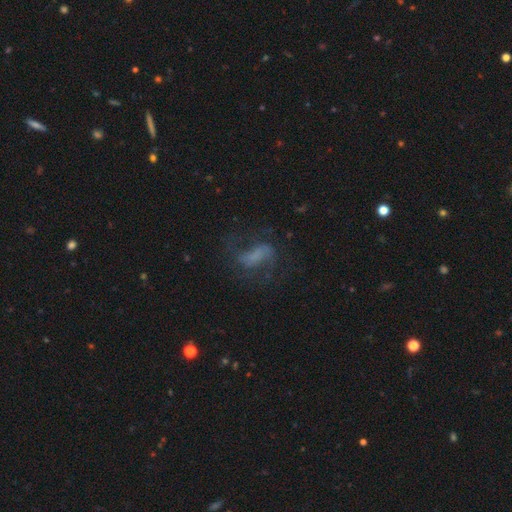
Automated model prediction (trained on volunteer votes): Overall: featured or disk (60%; smooth 25%). Edge-on disk: no (95%). Bar: weak (37%; strong 33%). Spiral arms: yes (80%). Bulge size: none (56%; small 19%). Merging: none (56%; major disturbance 24%).